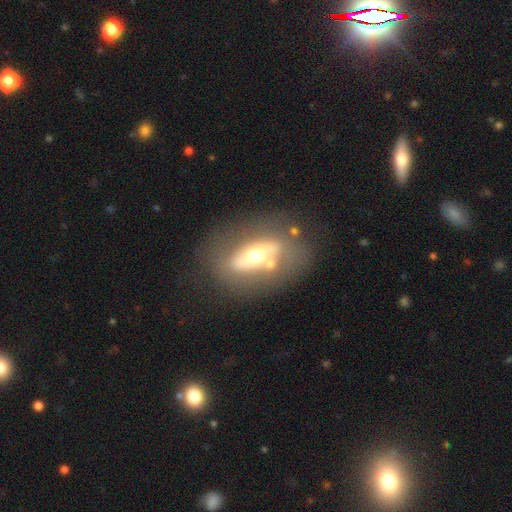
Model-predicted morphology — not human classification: Smooth or featured? featured or disk (59%)
Edge-on disk? no (81%)
Merging? none (61%)